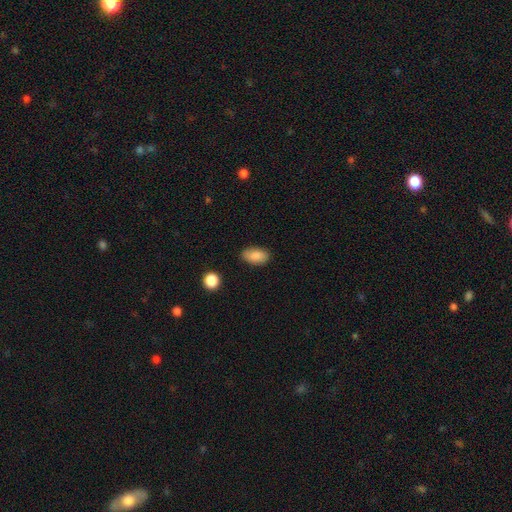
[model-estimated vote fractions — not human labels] The model was most divided on "merging": none: 83%, minor disturbance: 13%, major disturbance: 3%, merger: 2%. More confident: how rounded — in between (92%); smooth or featured — smooth (87%).